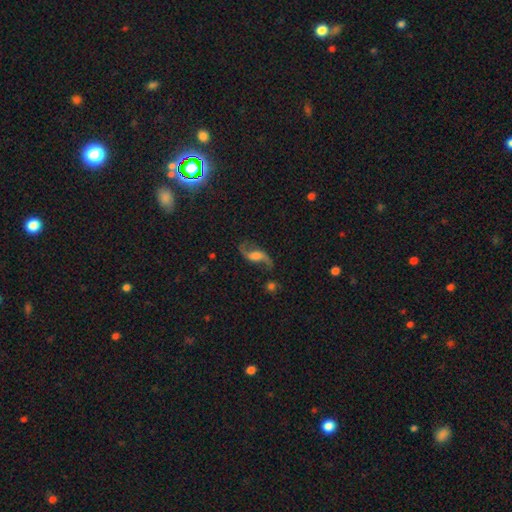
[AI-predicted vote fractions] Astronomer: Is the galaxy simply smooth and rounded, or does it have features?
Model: featured or disk — 83%.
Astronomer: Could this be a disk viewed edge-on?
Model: no — 95%.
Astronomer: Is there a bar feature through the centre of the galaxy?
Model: weak — 45% (runner-up: no, 35%).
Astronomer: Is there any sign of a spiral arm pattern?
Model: yes — 95%.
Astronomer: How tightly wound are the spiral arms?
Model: loose — 85%.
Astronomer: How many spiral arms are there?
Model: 2 — 93%.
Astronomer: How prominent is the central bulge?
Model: moderate — 27%, tied with none at 27%.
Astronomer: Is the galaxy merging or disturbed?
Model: none — 72%.